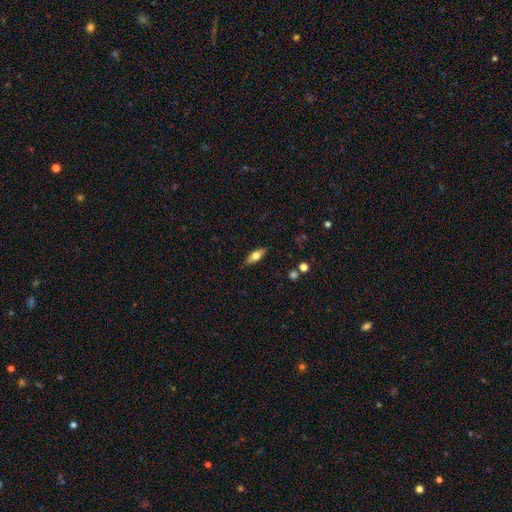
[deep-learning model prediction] smooth_or_featured: smooth (p=0.62) [alt: featured or disk p=0.31]
how_rounded: in between (p=0.68) [alt: cigar-shaped p=0.29]
merging: none (p=0.86) [alt: minor disturbance p=0.11]